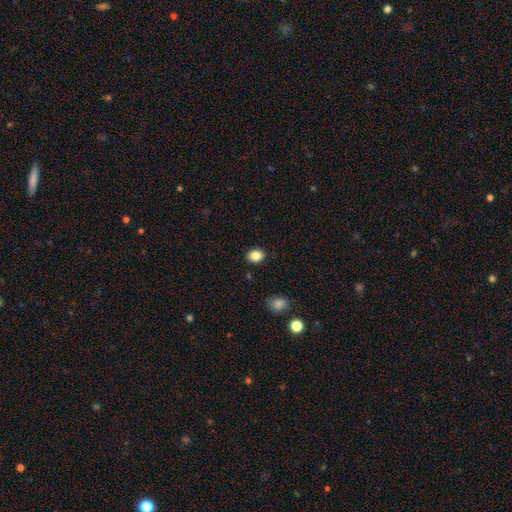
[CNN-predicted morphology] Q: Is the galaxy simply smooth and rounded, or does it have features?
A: smooth — 84%.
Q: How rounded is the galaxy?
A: in between — 55%.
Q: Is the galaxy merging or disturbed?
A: none — 88%.